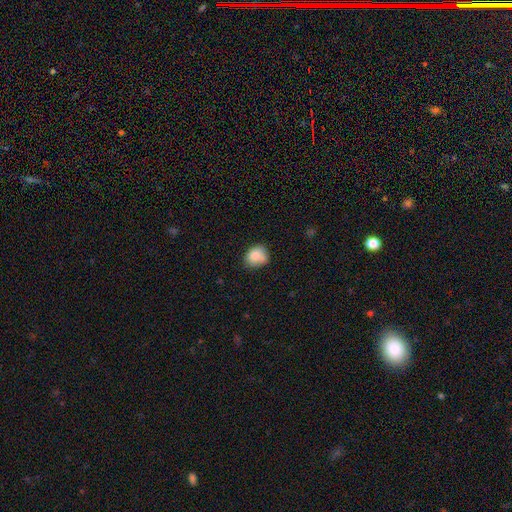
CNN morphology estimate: A smooth galaxy with no disk features (82%) that is round (53%).

Vote fractions:
- Smooth or featured? smooth: 82% / featured or disk: 9% / star or artifact: 9%
- How rounded? round: 53% / in between: 46% / cigar-shaped: 1%
- Merging? none: 57% / minor disturbance: 28% / merger: 9% / major disturbance: 6%